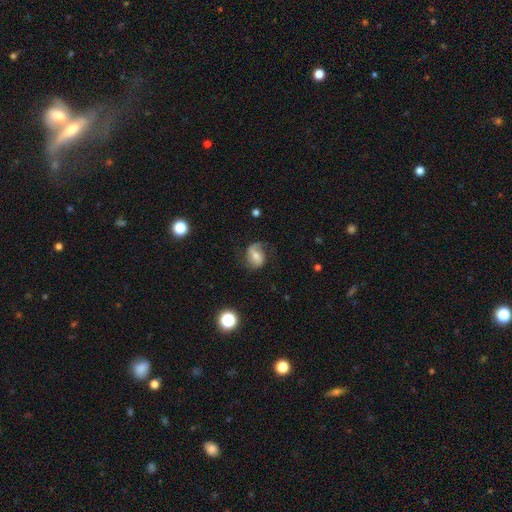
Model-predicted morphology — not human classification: The model was most divided on "spiral winding": medium: 41%, loose: 40%, tight: 18%. Remaining: edge-on disk — no (97%); spiral arms — yes (89%); spiral arm count — 2 (71%); merging — none (62%); smooth or featured — featured or disk (60%); bulge size — moderate (58%); bar — no (44%).